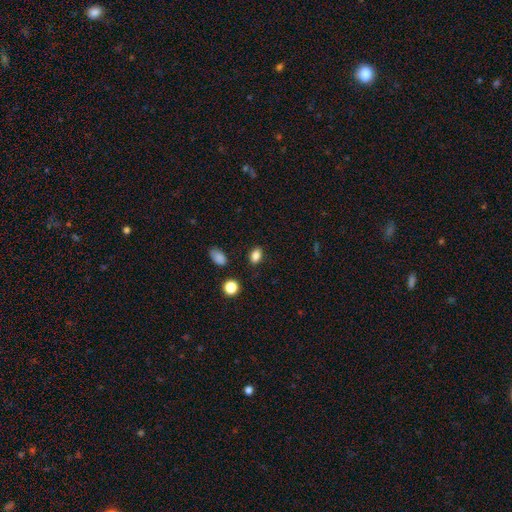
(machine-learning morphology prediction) This is clearly a smooth galaxy (85%). How rounded: clearly in between (80%). Merging: clearly none (85%).